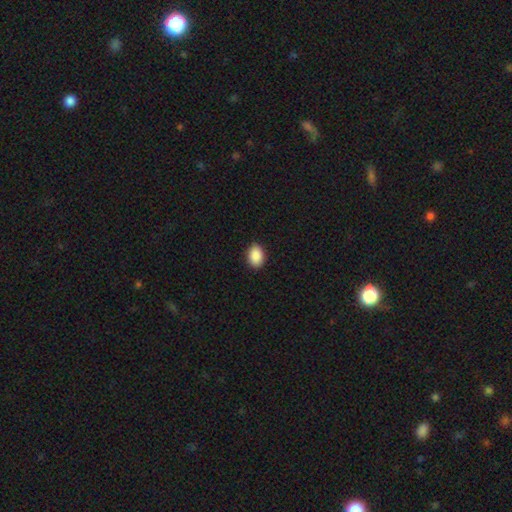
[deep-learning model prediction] smooth-or-featured: smooth: 90% | star or artifact: 7% | featured or disk: 3%
  how-rounded: in between: 81% | round: 18% | cigar-shaped: 1%
  merging: none: 90% | minor disturbance: 7% | major disturbance: 2% | merger: 1%